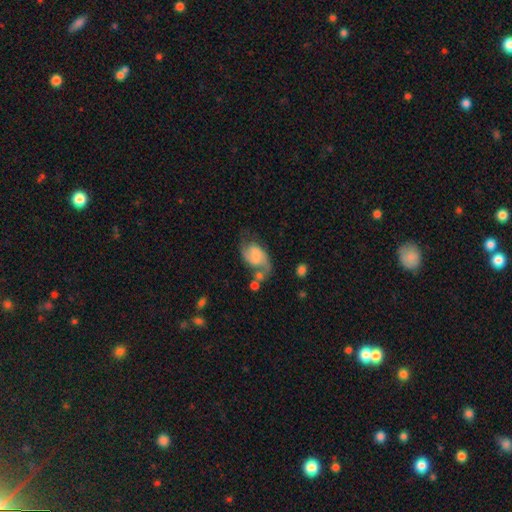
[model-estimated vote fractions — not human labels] This is likely a featured or disk galaxy (62%). It is clearly not viewed edge-on (97%). Bar: possibly no (54%). Spiral arm pattern: clearly yes (89%). Spiral arm count: clearly 2 (80%). Spiral winding: marginally loose (44%). Central bulge: marginally none (40%). Merging: marginally none (37%).